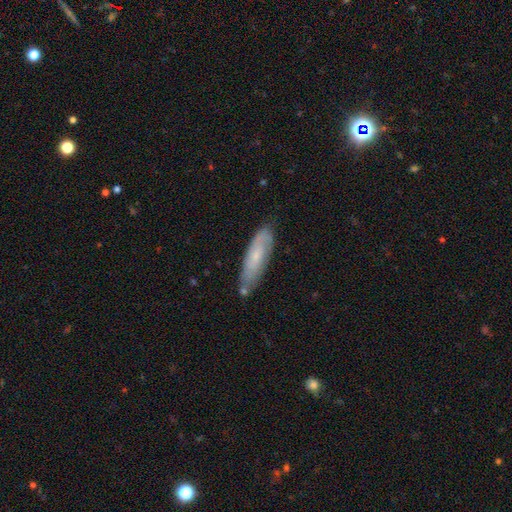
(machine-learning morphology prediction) This appears to be a smooth galaxy with no disk features (49%). Merging: none (73%).